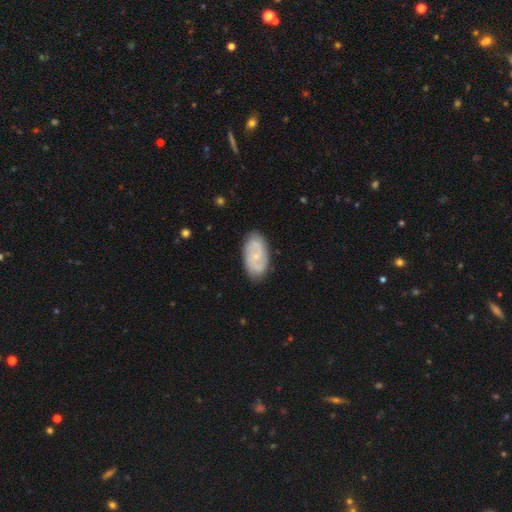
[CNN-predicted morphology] Overall: featured or disk (68%). Edge-on disk: no (95%). Bar: no (62%; weak 33%). Spiral arms: yes (89%). Spiral arm count: 2 (65%). Spiral winding: medium (43%; tight 40%). Bulge size: small (72%). Merging: none (81%).